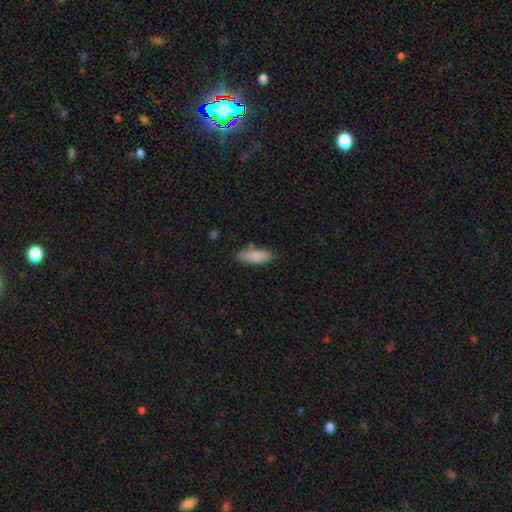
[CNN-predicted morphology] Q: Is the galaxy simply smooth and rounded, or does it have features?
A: smooth — 87%.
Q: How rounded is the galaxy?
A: in between — 65%.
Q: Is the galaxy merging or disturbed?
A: none — 78%.